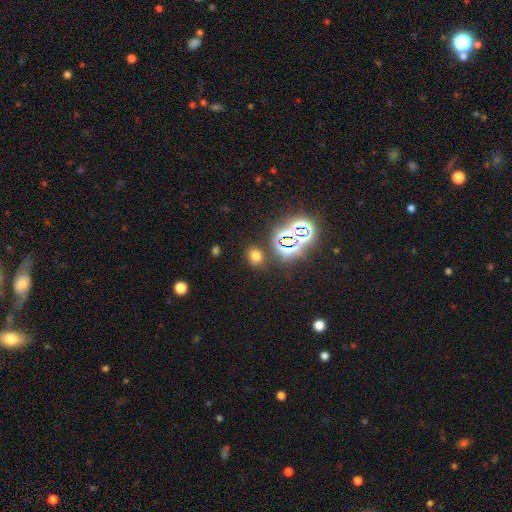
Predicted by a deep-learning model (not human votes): This appears to be a smooth galaxy with no disk features (62%) that is in between round and cigar-shaped (52%). Merging: none (82%).